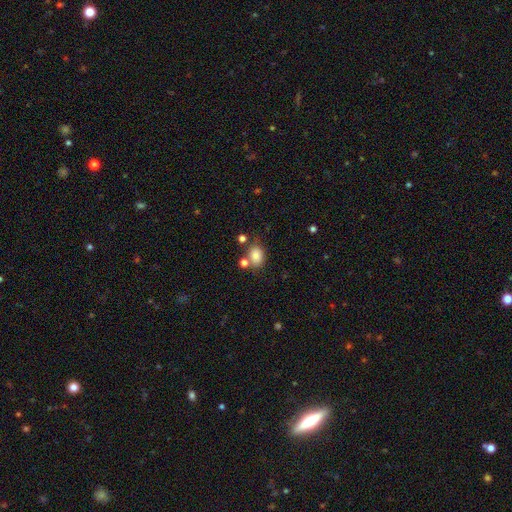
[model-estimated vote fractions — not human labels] This appears to be a smooth galaxy with no disk features (83%) that is in between round and cigar-shaped (64%). Merging: none (62%).